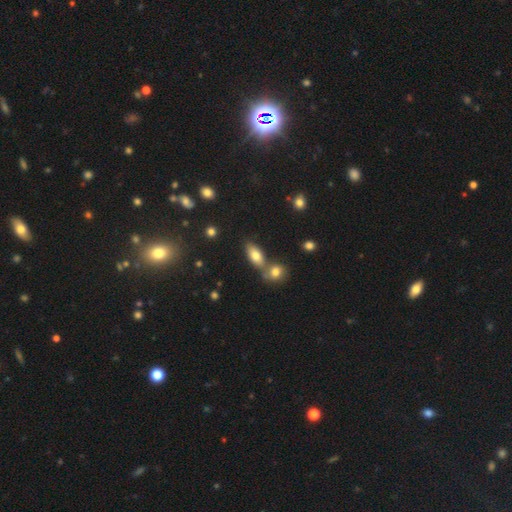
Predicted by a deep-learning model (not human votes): Smooth or featured? Predicted: smooth (p=0.77). How rounded? Predicted: in between (p=0.85). Merging? Predicted: none (p=0.51).